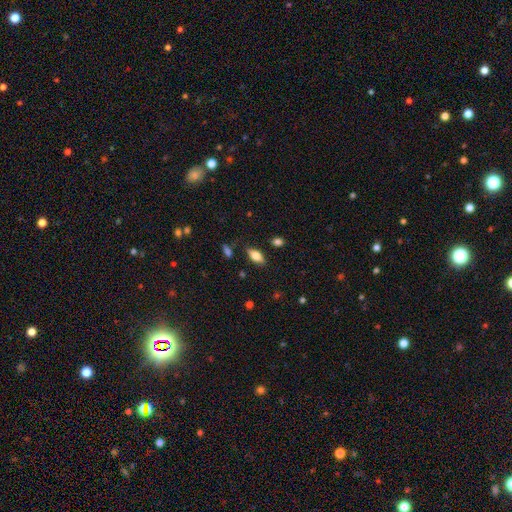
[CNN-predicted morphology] Smooth or featured? Predicted: smooth (p=0.72). How rounded? Predicted: in between (p=0.85). Merging? Predicted: none (p=0.83).